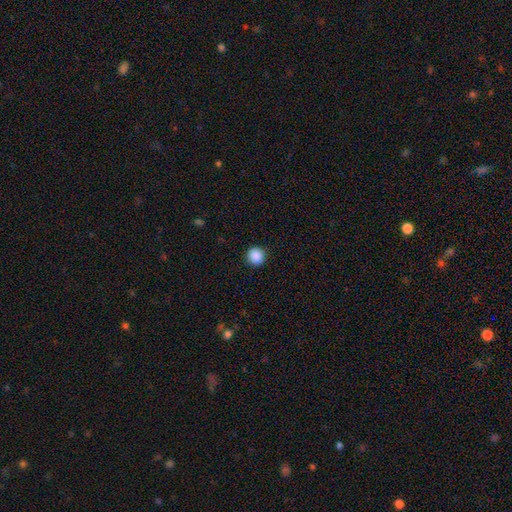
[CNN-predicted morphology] Smooth or featured? smooth (89%)
How rounded? round (95%)
Merging? none (92%)